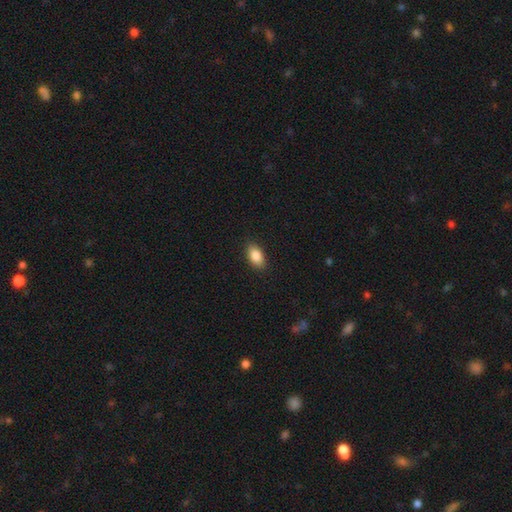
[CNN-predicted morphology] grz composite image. It shows a smooth galaxy with no disk features (87%) that is in between round and cigar-shaped (90%). Merging: none (88%).